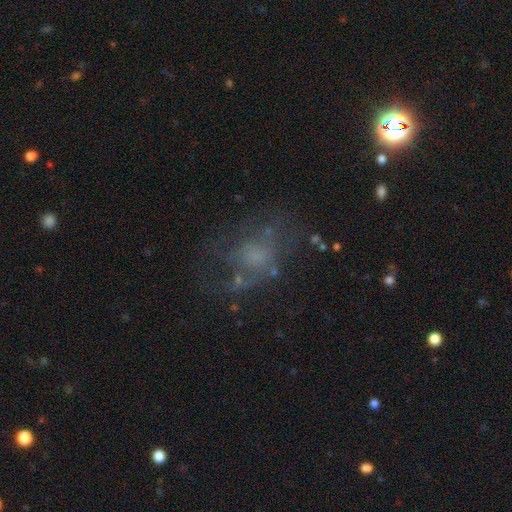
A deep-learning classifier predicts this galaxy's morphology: Smooth or featured?
  - featured or disk: 44% *
  - smooth: 37%
  - star or artifact: 19%
Merging?
  - none: 51% *
  - major disturbance: 26%
  - minor disturbance: 20%
  - merger: 4%